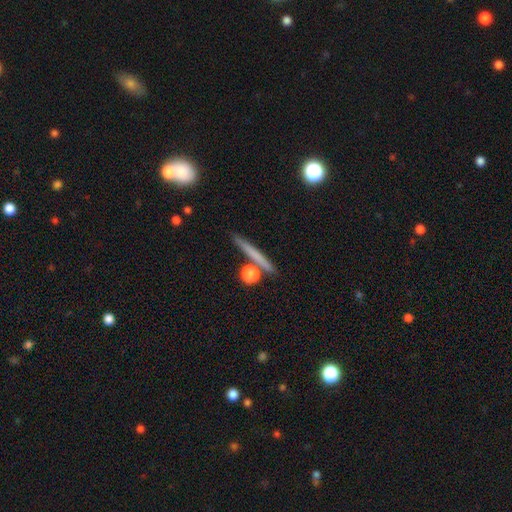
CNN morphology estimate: This appears to be a smooth galaxy with no disk features (60%) that is cigar-shaped (88%). Merging: none (81%).